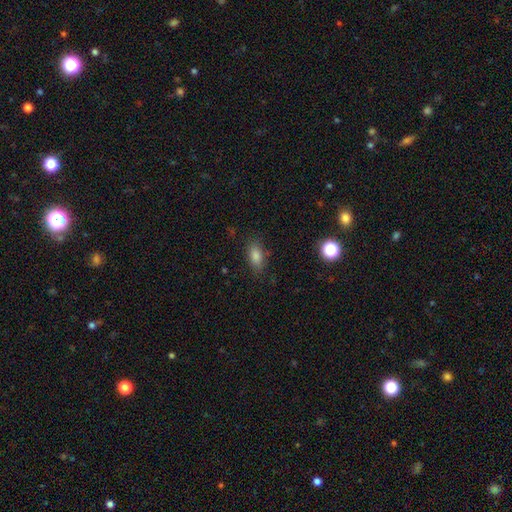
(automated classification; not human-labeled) smooth_or_featured: smooth (p=0.80) [alt: star or artifact p=0.12]
how_rounded: in between (p=0.83) [alt: cigar-shaped p=0.09]
merging: none (p=0.83) [alt: minor disturbance p=0.12]